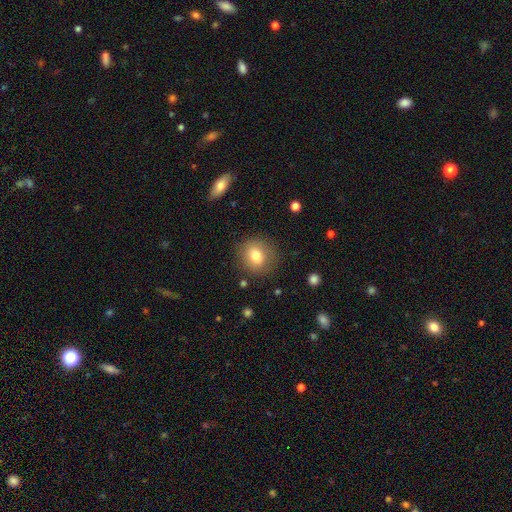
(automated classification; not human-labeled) A smooth galaxy with no disk features (77%) that is round (79%).

Vote fractions:
- Smooth or featured? smooth: 77% / featured or disk: 13% / star or artifact: 10%
- How rounded? round: 79% / in between: 20% / cigar-shaped: 1%
- Merging? none: 83% / minor disturbance: 11% / major disturbance: 4% / merger: 2%